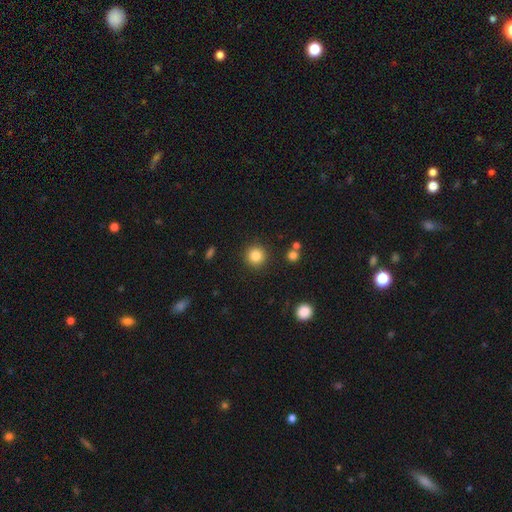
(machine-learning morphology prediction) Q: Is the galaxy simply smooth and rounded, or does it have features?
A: smooth — 85%.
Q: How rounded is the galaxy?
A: round — 94%.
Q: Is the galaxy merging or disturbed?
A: none — 89%.